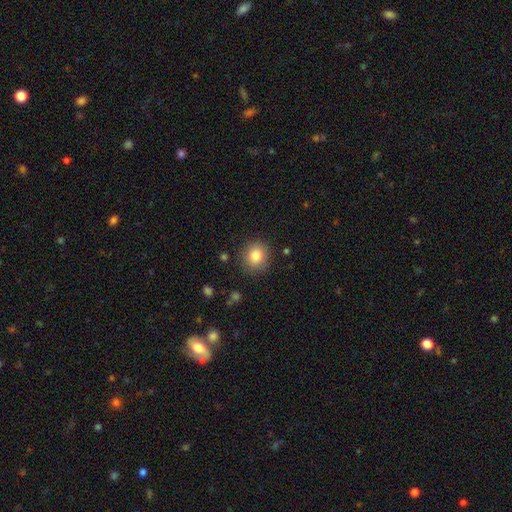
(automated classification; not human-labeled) The model was most divided on "how rounded": round: 84%, in between: 15%, cigar-shaped: 1%. More confident: merging — none (88%); smooth or featured — smooth (83%).